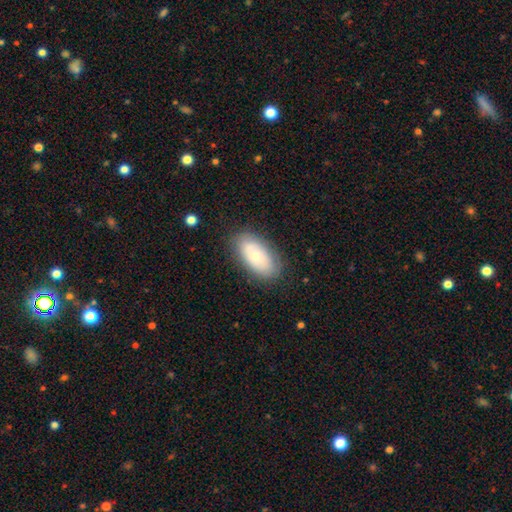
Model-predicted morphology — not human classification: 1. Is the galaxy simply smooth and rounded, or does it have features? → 62% smooth, 31% featured or disk, 7% star or artifact.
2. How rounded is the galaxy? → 92% in between, 4% cigar-shaped, 4% round.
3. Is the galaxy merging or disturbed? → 80% none, 14% minor disturbance, 4% major disturbance, 2% merger.